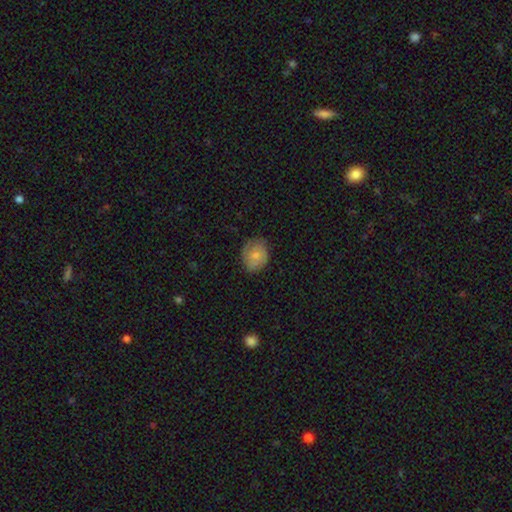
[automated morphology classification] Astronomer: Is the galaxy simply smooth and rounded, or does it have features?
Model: smooth — 66%.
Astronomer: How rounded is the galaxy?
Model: round — 63%.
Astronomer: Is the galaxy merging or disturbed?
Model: none — 72%.